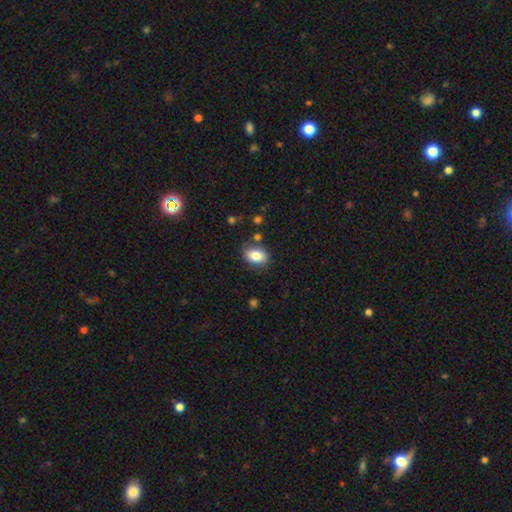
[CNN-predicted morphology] Overall: smooth (83%). How rounded: in between (70%). Merging: none (80%).